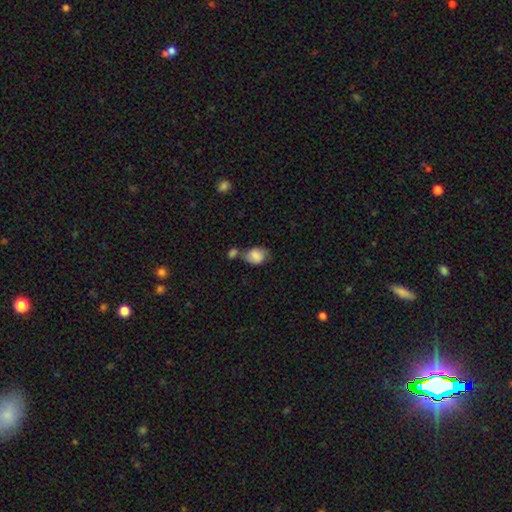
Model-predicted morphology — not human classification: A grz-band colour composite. It shows a smooth galaxy with no disk features (80%) that is in between round and cigar-shaped (62%). Merging: none (37%).